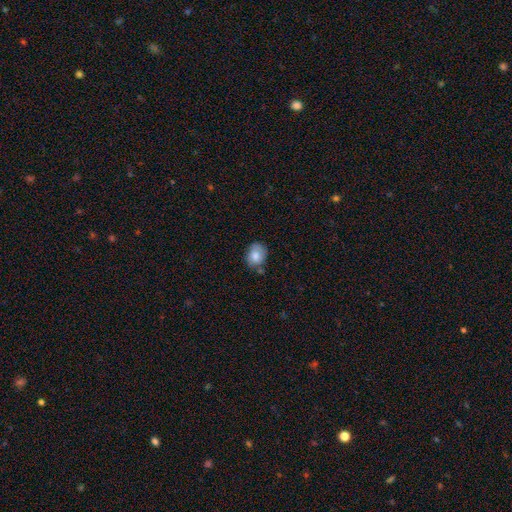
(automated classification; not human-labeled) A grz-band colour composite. It shows a smooth galaxy with no disk features (79%) that is round (51%). Merging: none (63%).